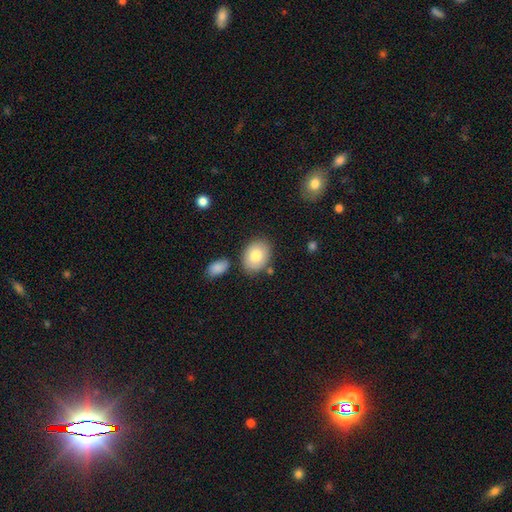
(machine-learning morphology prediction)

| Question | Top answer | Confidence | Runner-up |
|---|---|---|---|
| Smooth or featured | smooth | 80% | featured or disk (13%) |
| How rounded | in between | 67% | round (33%) |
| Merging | none | 76% | minor disturbance (14%) |